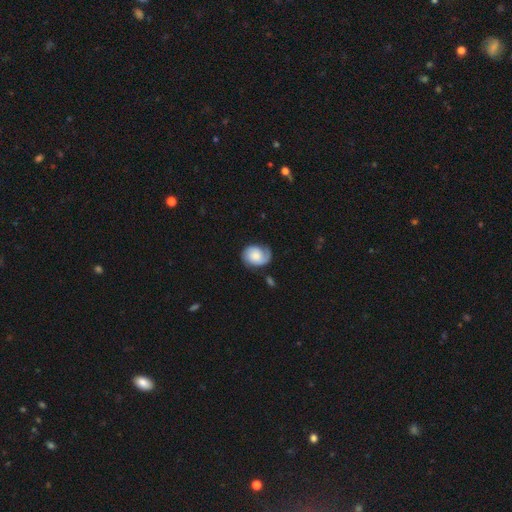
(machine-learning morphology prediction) Smooth or featured? Predicted: featured or disk (p=0.55). Edge-on disk? Predicted: no (p=0.97). Bar? Predicted: no (p=0.73). Spiral arms? Predicted: yes (p=0.91). Bulge size? Predicted: moderate (p=0.28). Merging? Predicted: none (p=0.63).